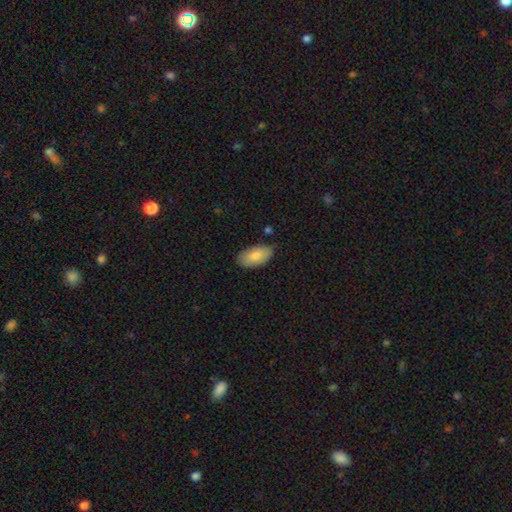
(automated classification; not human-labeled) This appears to be a smooth galaxy with no disk features (81%) that is in between round and cigar-shaped (94%). Merging: none (79%).